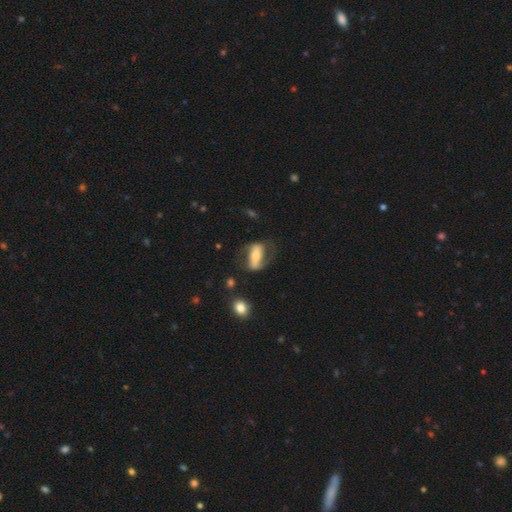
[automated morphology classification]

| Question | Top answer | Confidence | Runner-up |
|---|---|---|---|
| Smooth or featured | featured or disk | 63% | smooth (30%) |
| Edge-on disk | no | 85% | yes (15%) |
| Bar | strong | 62% | no (20%) |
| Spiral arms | yes | 70% | no (30%) |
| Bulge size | moderate | 55% | small (32%) |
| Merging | none | 56% | major disturbance (21%) |